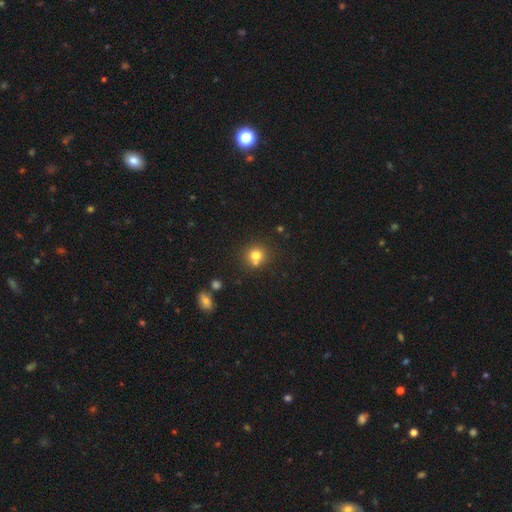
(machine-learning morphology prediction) Smooth or featured? smooth (76%)
How rounded? round (86%)
Merging? none (61%)